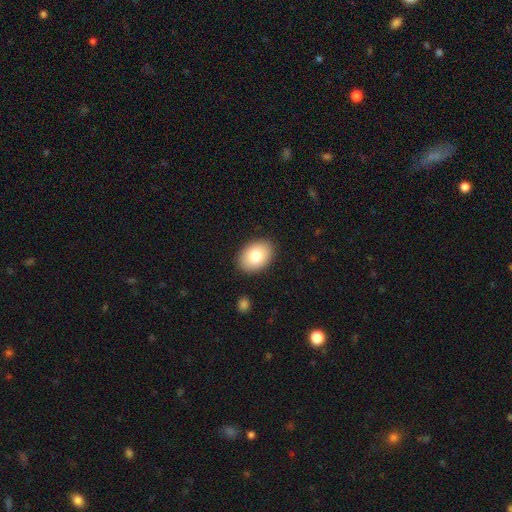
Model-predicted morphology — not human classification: Smooth or featured?
  - smooth: 79% *
  - featured or disk: 13%
  - star or artifact: 8%
How rounded?
  - in between: 76% *
  - round: 23%
  - cigar-shaped: 1%
Merging?
  - none: 89% *
  - minor disturbance: 8%
  - major disturbance: 2%
  - merger: 1%